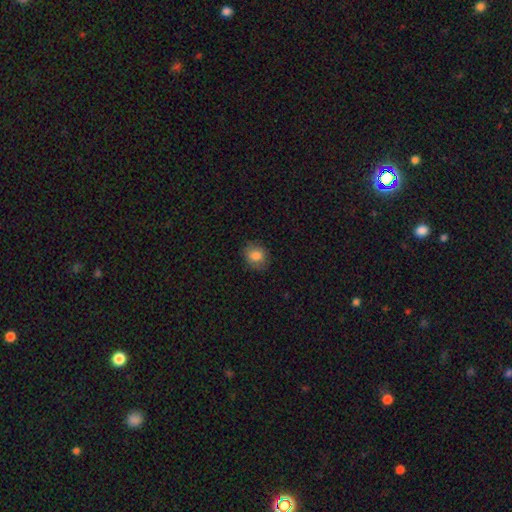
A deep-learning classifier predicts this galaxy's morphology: A smooth galaxy with no disk features (83%) that is round (69%). Merging: none (83%).